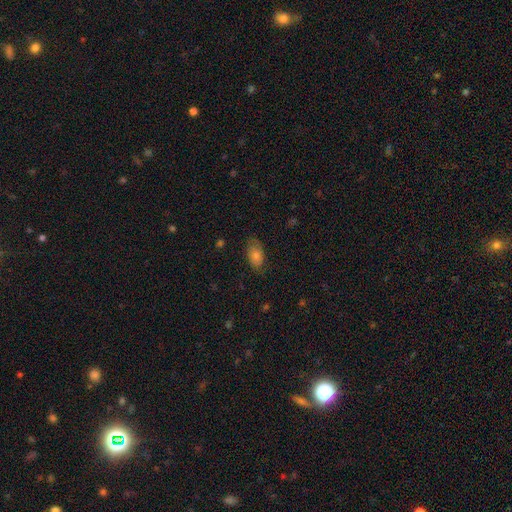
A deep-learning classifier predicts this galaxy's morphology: Smooth or featured? smooth (71%)
How rounded? in between (90%)
Merging? none (76%)